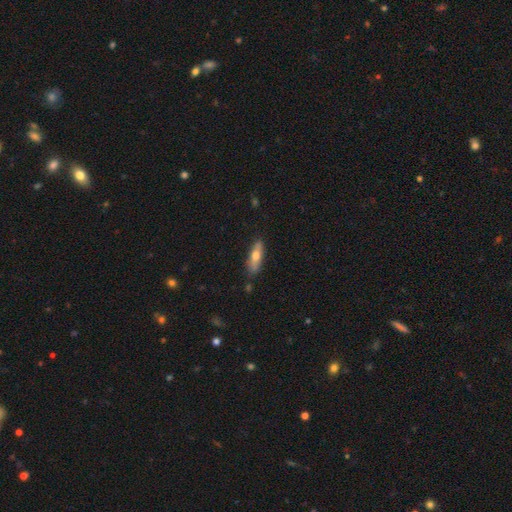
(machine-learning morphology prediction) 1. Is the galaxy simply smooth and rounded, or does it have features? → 64% smooth, 30% featured or disk, 6% star or artifact.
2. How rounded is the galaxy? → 55% cigar-shaped, 43% in between, 2% round.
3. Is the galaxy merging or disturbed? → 80% none, 15% minor disturbance, 3% major disturbance, 3% merger.